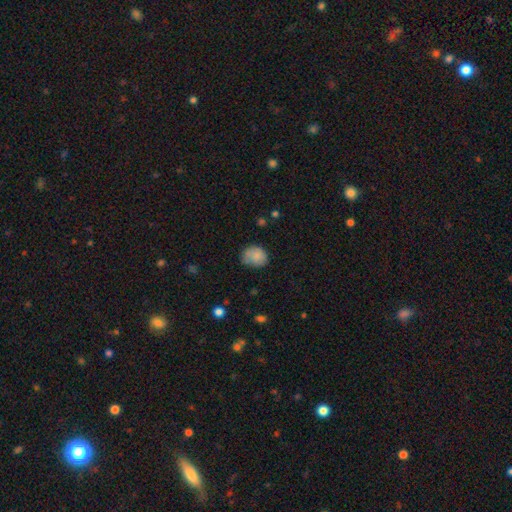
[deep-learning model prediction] smooth 82%, featured or disk 9%, star or artifact 9%. Down the decision tree: how rounded — round (56%); merging — none (55%).